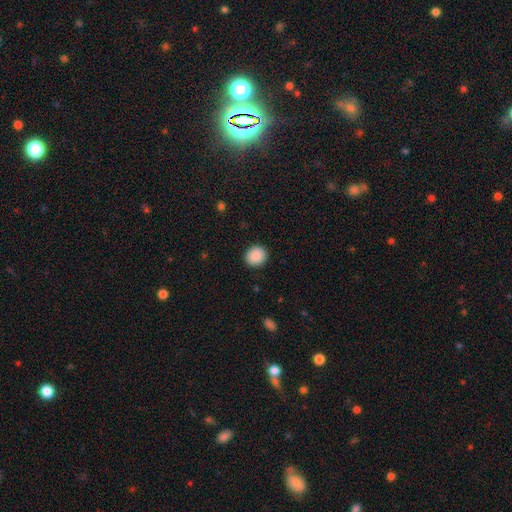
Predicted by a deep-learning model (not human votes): Q: Smooth or featured?
A: smooth (90%); runner-up: star or artifact (8%)
Q: How rounded?
A: round (85%); runner-up: in between (14%)
Q: Merging?
A: none (91%); runner-up: minor disturbance (6%)